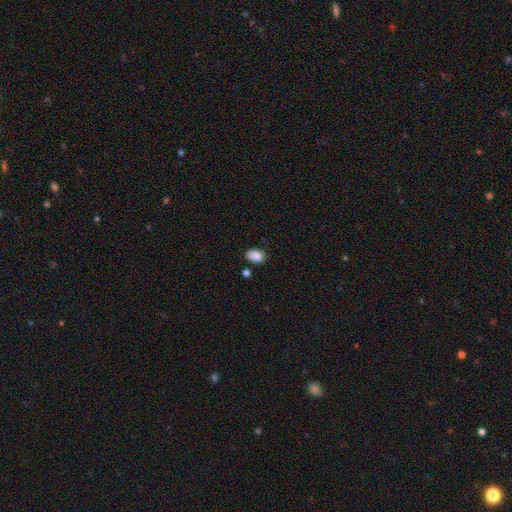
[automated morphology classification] A smooth galaxy with no disk features (85%) that is in between round and cigar-shaped (83%). Merging: none (67%).